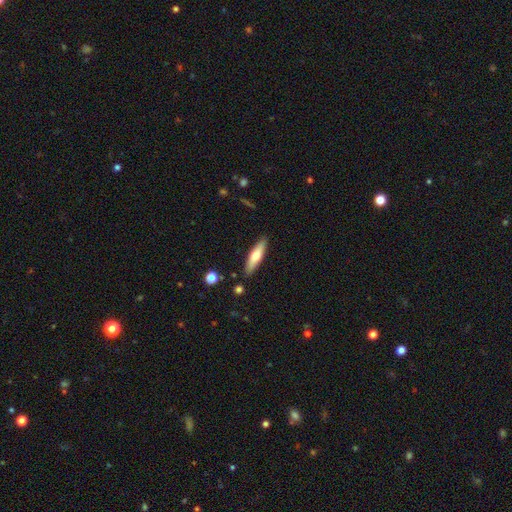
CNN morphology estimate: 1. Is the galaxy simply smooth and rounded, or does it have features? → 59% smooth, 35% featured or disk, 6% star or artifact.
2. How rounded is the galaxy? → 69% cigar-shaped, 29% in between, 2% round.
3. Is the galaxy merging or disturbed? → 88% none, 9% minor disturbance, 2% merger, 2% major disturbance.